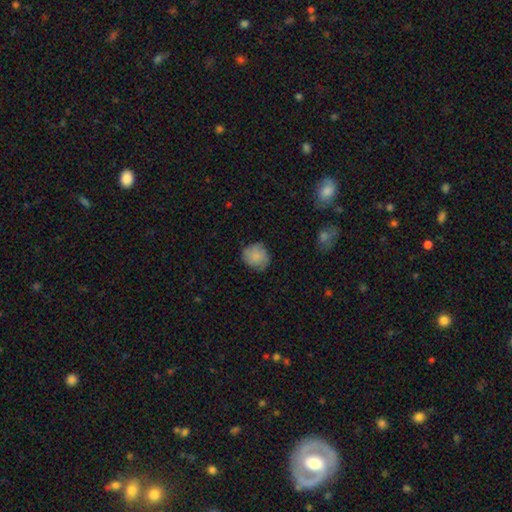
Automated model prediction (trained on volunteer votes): This is clearly a smooth galaxy (81%). How rounded: clearly round (81%). Merging: likely none (75%).